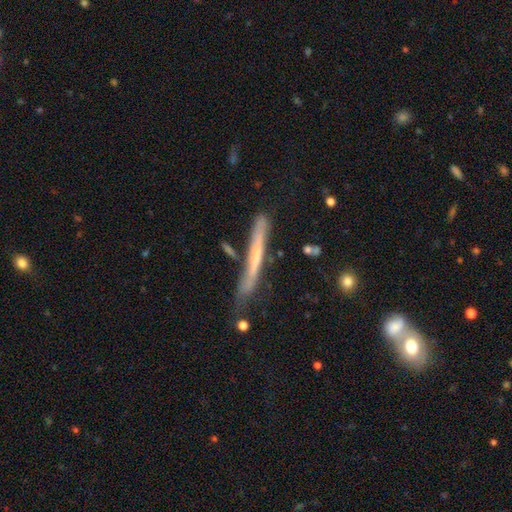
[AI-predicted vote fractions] Morphology: type=featured or disk (53%); edge-on=yes (90%); merging=none (65%).